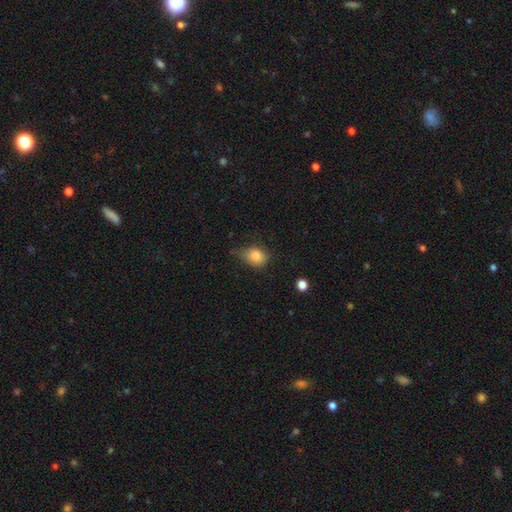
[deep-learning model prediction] This is clearly a smooth galaxy (83%). How rounded: possibly in between (51%). Merging: possibly none (53%).